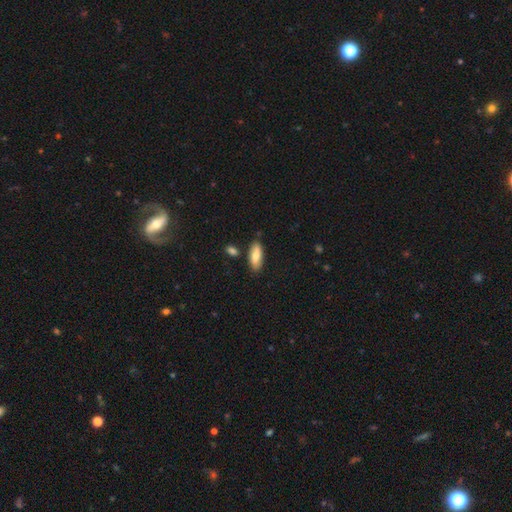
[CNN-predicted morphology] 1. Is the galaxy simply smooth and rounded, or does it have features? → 78% smooth, 16% featured or disk, 6% star or artifact.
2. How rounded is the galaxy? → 77% in between, 20% cigar-shaped, 2% round.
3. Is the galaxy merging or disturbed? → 82% none, 11% minor disturbance, 4% merger, 2% major disturbance.